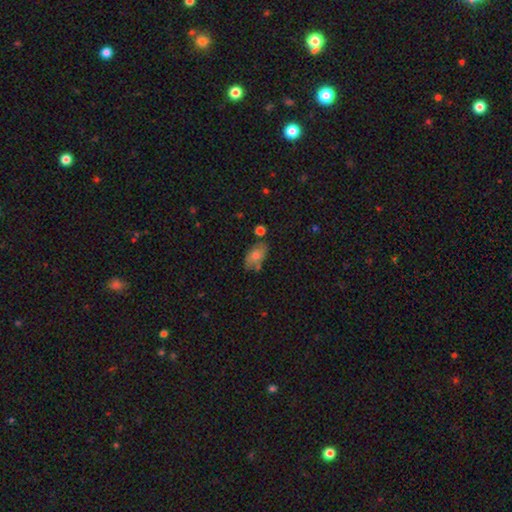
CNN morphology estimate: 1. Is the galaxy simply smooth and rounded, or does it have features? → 65% smooth, 24% featured or disk, 11% star or artifact.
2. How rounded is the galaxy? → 88% in between, 8% round, 4% cigar-shaped.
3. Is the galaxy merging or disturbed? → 65% none, 20% minor disturbance, 9% merger, 5% major disturbance.